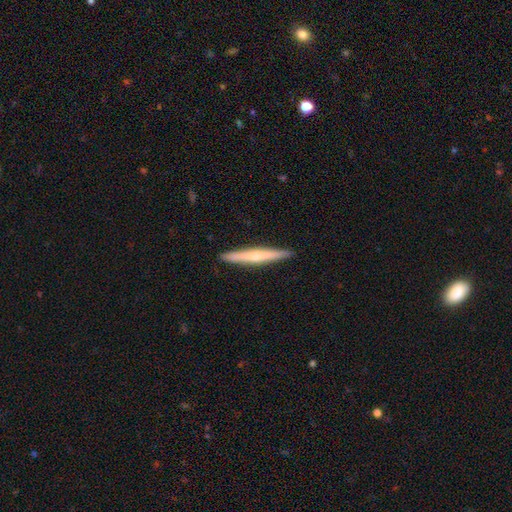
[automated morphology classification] Smooth or featured? featured or disk (51%)
Edge-on disk? yes (97%)
Merging? none (92%)